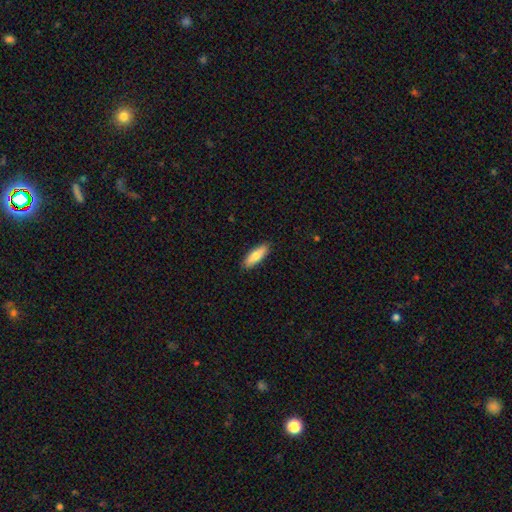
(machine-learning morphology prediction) A smooth galaxy with no disk features (78%) that is in between round and cigar-shaped (54%). Merging: none (88%).